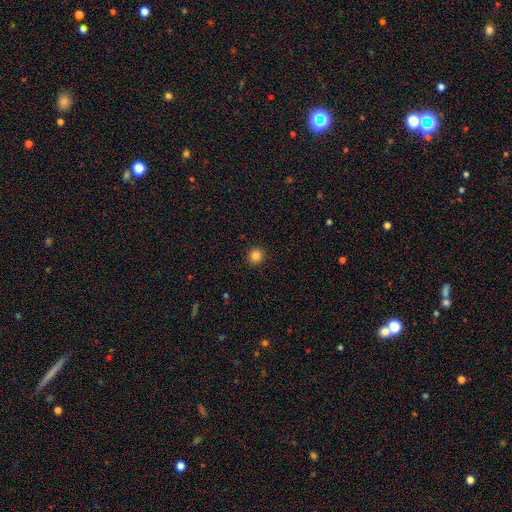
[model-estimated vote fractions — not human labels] Smooth or featured: smooth — 84% (star or artifact — 12%)
How rounded: round — 92% (in between — 7%)
Merging: none — 92% (minor disturbance — 5%)